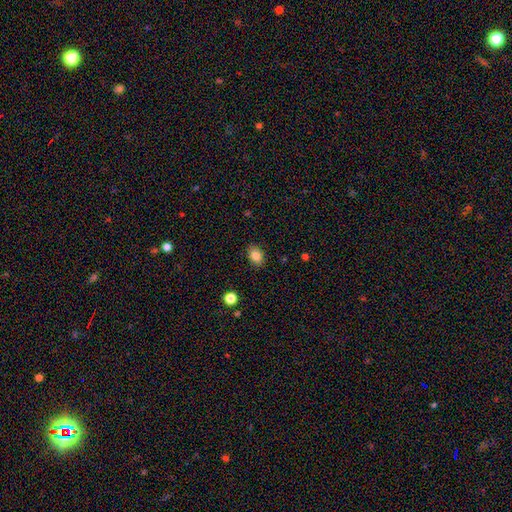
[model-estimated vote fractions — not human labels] smooth_or_featured: smooth (p=0.84) [alt: star or artifact p=0.10]
how_rounded: in between (p=0.70) [alt: round p=0.28]
merging: none (p=0.87) [alt: minor disturbance p=0.10]